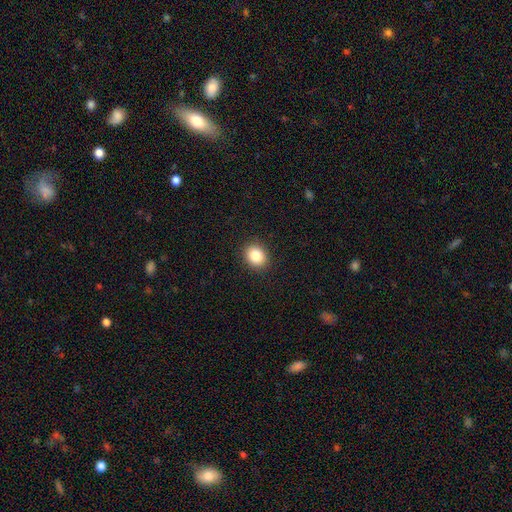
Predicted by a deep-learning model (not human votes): The model was most divided on "how rounded": round: 64%, in between: 35%, cigar-shaped: 1%. More confident: merging — none (91%); smooth or featured — smooth (85%).